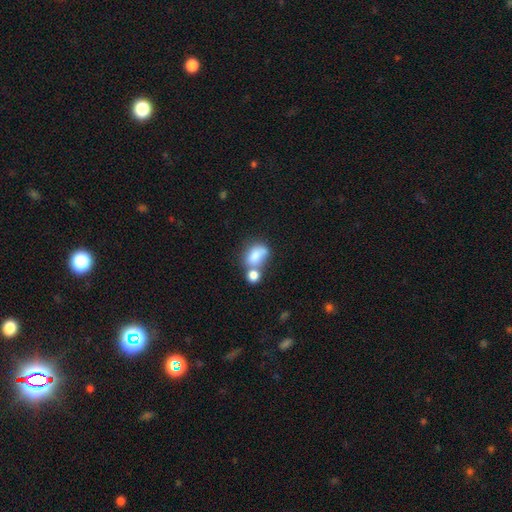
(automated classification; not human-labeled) Smooth or featured?
  - smooth: 75% *
  - featured or disk: 15%
  - star or artifact: 10%
How rounded?
  - in between: 69% *
  - round: 29%
  - cigar-shaped: 2%
Merging?
  - merger: 48% *
  - none: 28%
  - minor disturbance: 14%
  - major disturbance: 10%